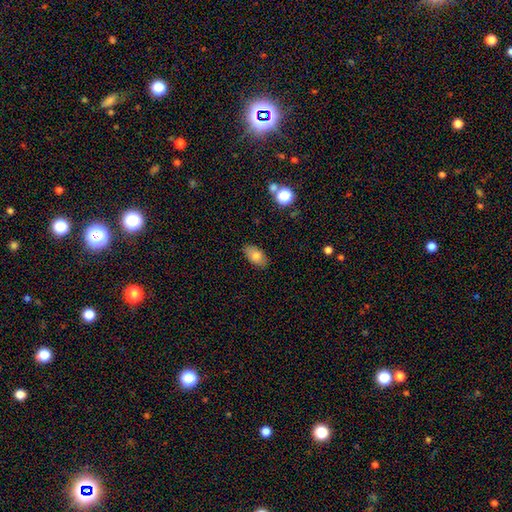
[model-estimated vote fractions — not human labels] Smooth or featured?
  - smooth: 79% *
  - featured or disk: 13%
  - star or artifact: 8%
How rounded?
  - in between: 92% *
  - round: 6%
  - cigar-shaped: 2%
Merging?
  - none: 84% *
  - minor disturbance: 12%
  - major disturbance: 2%
  - merger: 1%